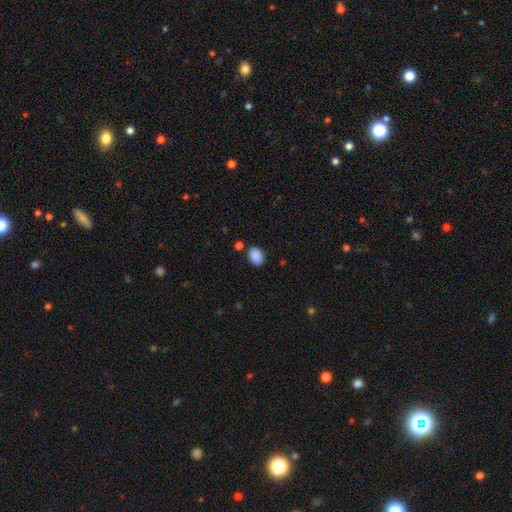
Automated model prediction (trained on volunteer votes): This is clearly a smooth galaxy (89%). How rounded: likely in between (80%). Merging: clearly none (81%).